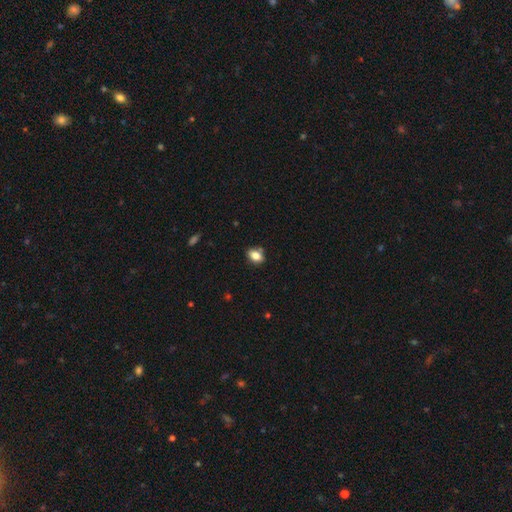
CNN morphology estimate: A smooth galaxy with no disk features (82%) that is in between round and cigar-shaped (71%). Merging: none (78%).